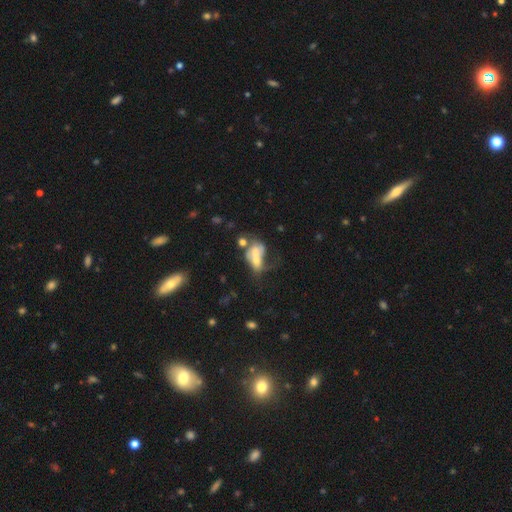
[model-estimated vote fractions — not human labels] This is marginally a smooth galaxy (45%). Merging: likely merger (61%).